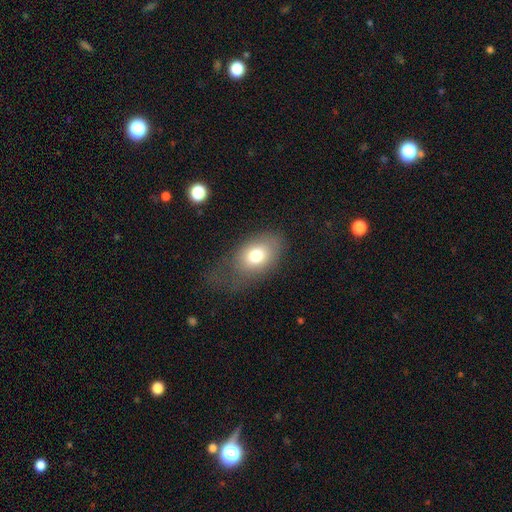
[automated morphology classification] Smooth or featured: smooth — 74% (featured or disk — 16%)
How rounded: in between — 80% (round — 18%)
Merging: none — 47% (minor disturbance — 27%)